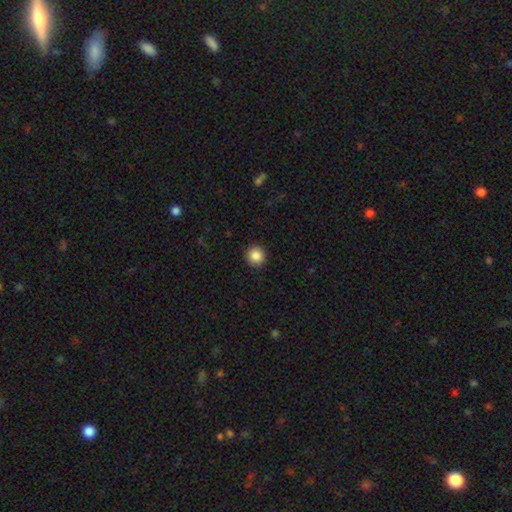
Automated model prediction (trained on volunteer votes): The model was most divided on "smooth or featured": smooth: 87%, star or artifact: 9%, featured or disk: 4%. More confident: how rounded — round (93%); merging — none (92%).